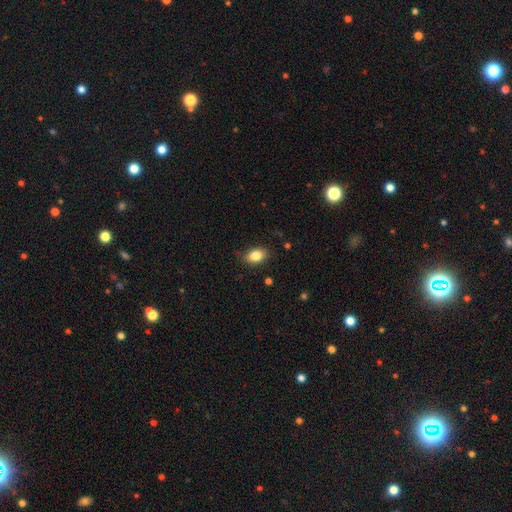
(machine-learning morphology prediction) Smooth or featured?
  - smooth: 84% *
  - star or artifact: 8%
  - featured or disk: 8%
How rounded?
  - in between: 85% *
  - round: 13%
  - cigar-shaped: 2%
Merging?
  - none: 84% *
  - minor disturbance: 12%
  - major disturbance: 3%
  - merger: 1%